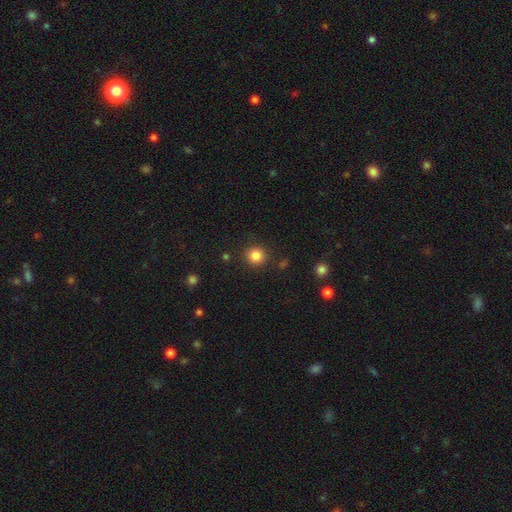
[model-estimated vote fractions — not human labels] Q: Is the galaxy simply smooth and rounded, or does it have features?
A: smooth — 84%.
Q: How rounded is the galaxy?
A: round — 93%.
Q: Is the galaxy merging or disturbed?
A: none — 90%.